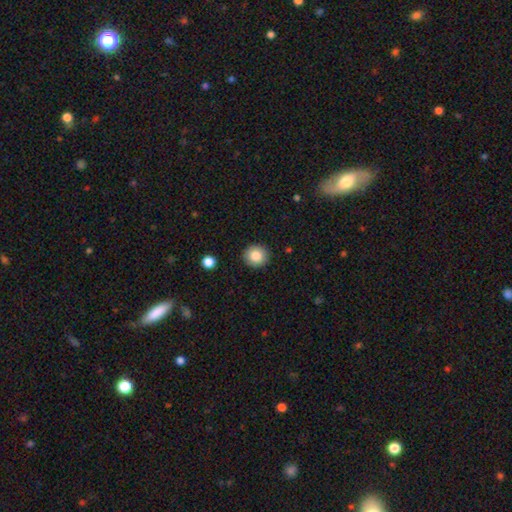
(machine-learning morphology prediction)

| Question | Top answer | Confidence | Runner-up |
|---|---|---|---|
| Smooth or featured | smooth | 85% | star or artifact (9%) |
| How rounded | round | 90% | in between (9%) |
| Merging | none | 91% | minor disturbance (6%) |